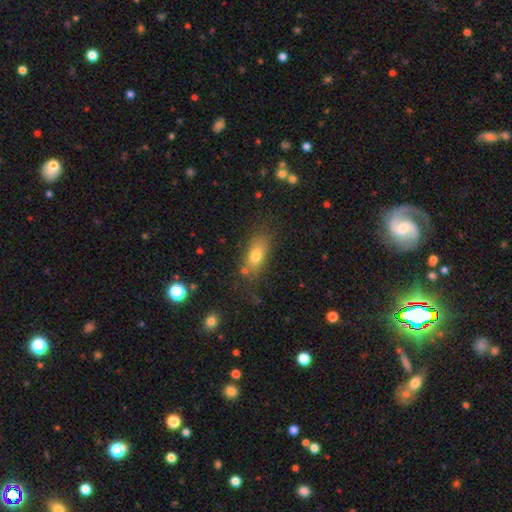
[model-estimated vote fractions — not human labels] The model was most divided on "merging": none: 72%, minor disturbance: 17%, major disturbance: 6%, merger: 6%. More confident: how rounded — in between (81%); smooth or featured — smooth (75%).